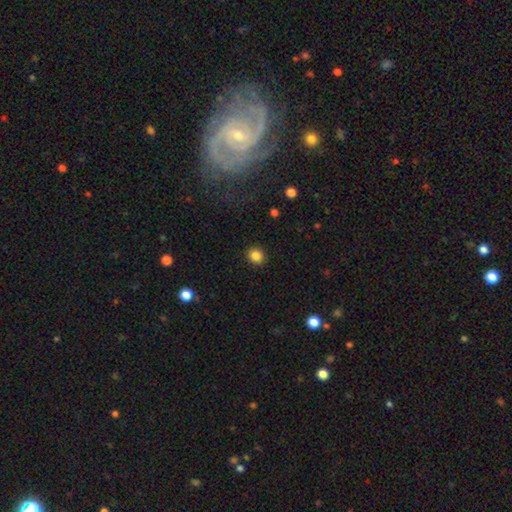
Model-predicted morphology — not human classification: This is clearly a smooth galaxy (85%). How rounded: likely round (75%). Merging: clearly none (91%).